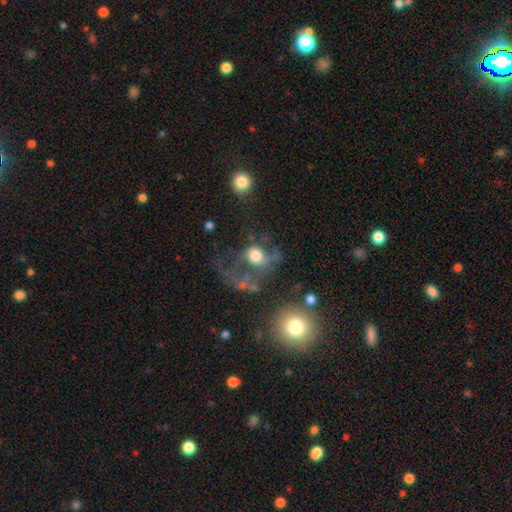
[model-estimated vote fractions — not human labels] A featured or disk galaxy (50%). Merging: major disturbance (51%).